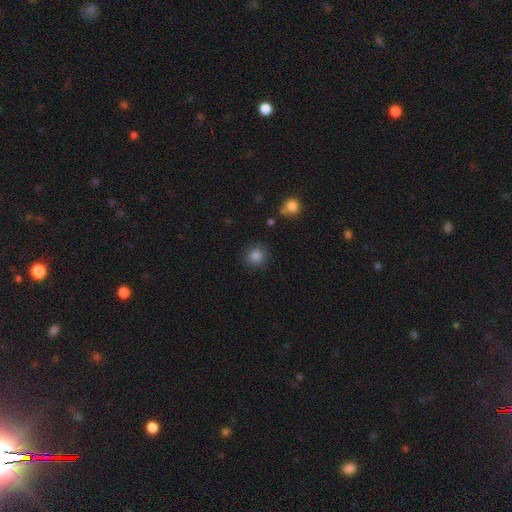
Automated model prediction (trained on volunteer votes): A smooth galaxy with no disk features (85%) that is round (91%). Merging: none (85%).